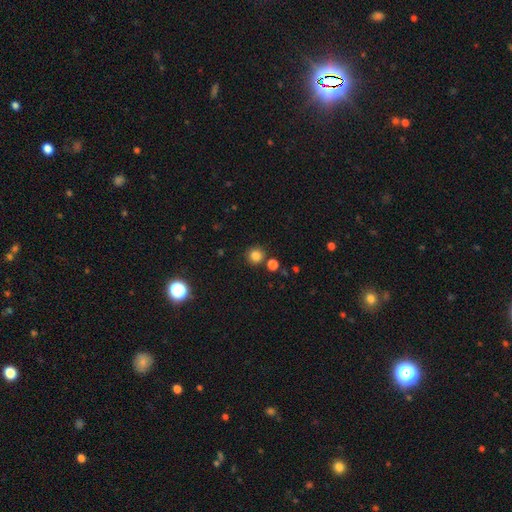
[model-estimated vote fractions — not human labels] A smooth galaxy with no disk features (83%) that is round (93%).

Vote fractions:
- Smooth or featured? smooth: 83% / star or artifact: 13% / featured or disk: 4%
- How rounded? round: 93% / in between: 6% / cigar-shaped: 1%
- Merging? none: 81% / merger: 8% / minor disturbance: 7% / major disturbance: 3%